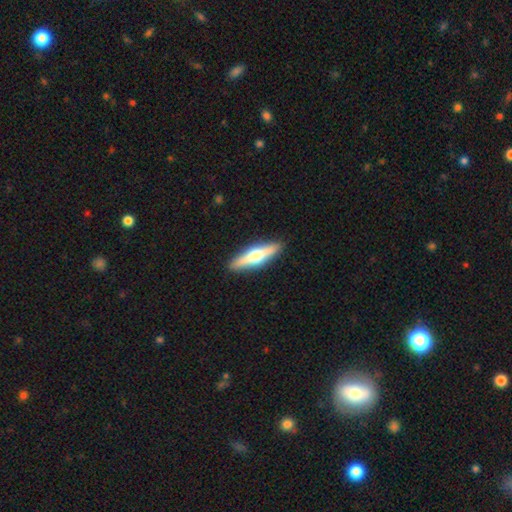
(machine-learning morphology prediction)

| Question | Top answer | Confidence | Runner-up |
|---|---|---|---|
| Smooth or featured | featured or disk | 57% | smooth (38%) |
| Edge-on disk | yes | 94% | no (6%) |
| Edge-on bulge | rounded | 94% | boxy (3%) |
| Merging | none | 91% | minor disturbance (7%) |